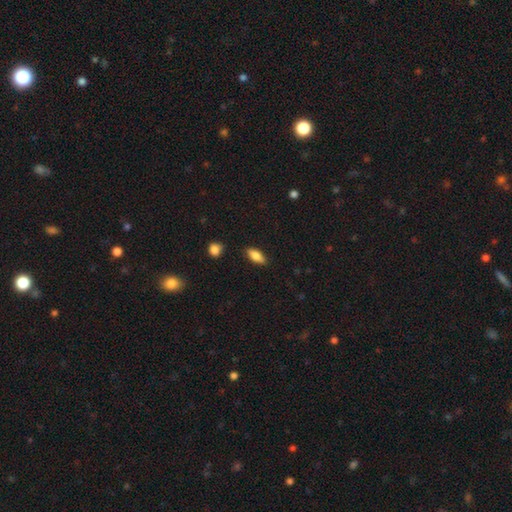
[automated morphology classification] The model was most divided on "how rounded": in between: 79%, cigar-shaped: 18%, round: 3%. More confident: merging — none (85%); smooth or featured — smooth (78%).